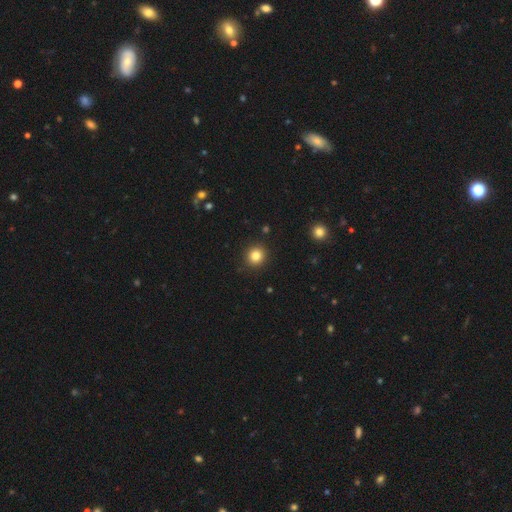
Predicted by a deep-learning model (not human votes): This is clearly a smooth galaxy (83%). How rounded: clearly round (91%). Merging: clearly none (92%).